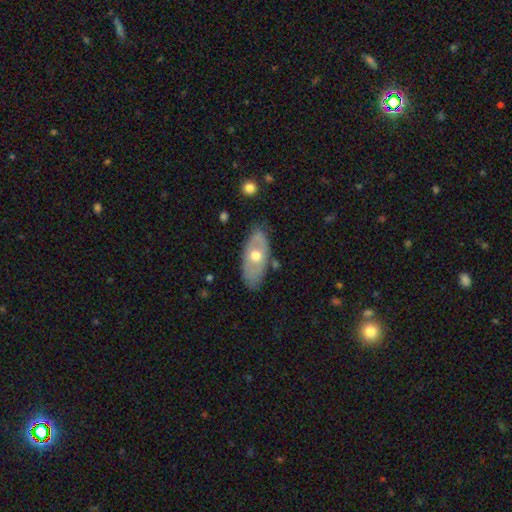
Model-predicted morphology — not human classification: type=featured or disk (50%); edge-on=no (79%); merging=none (76%).